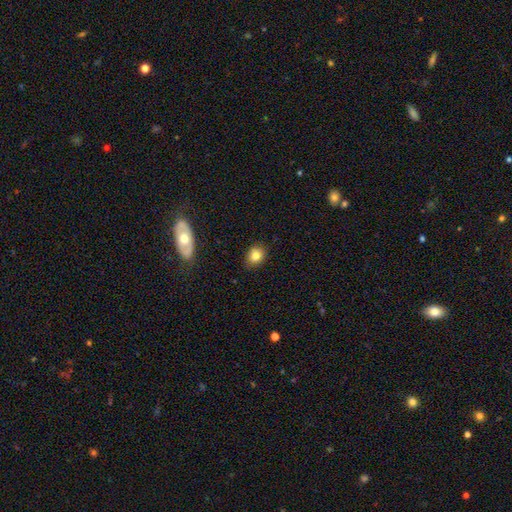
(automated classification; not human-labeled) The model was most divided on "how rounded": round: 51%, in between: 47%, cigar-shaped: 1%. More confident: merging — none (83%); smooth or featured — smooth (80%).